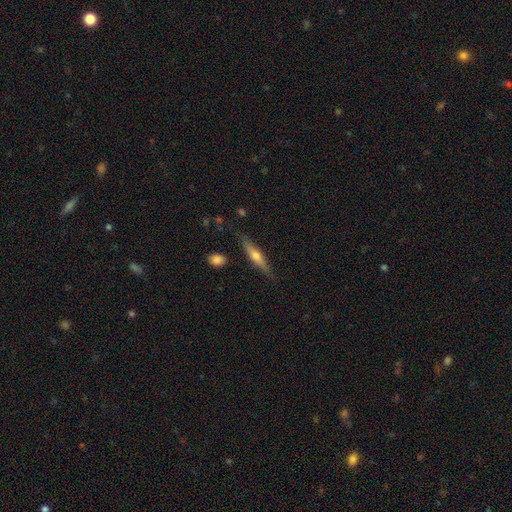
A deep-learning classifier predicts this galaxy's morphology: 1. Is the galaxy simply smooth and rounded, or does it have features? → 58% featured or disk, 36% smooth, 7% star or artifact.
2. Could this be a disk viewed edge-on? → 95% yes, 5% no.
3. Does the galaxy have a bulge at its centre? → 87% rounded, 7% none, 6% boxy.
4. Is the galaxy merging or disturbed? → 84% none, 12% minor disturbance, 2% major disturbance, 2% merger.